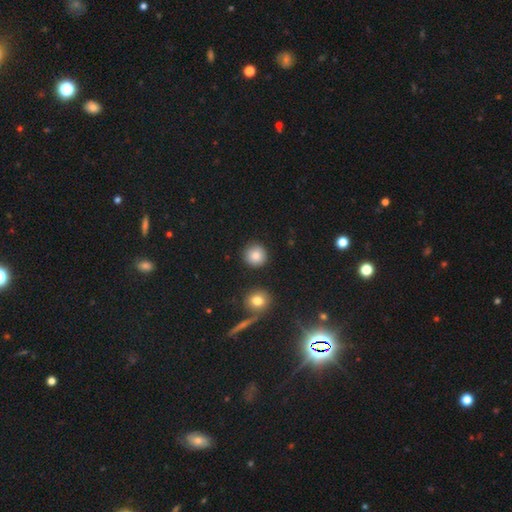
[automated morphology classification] Smooth or featured: smooth — 83% (star or artifact — 10%)
How rounded: round — 93% (in between — 6%)
Merging: none — 87% (minor disturbance — 7%)